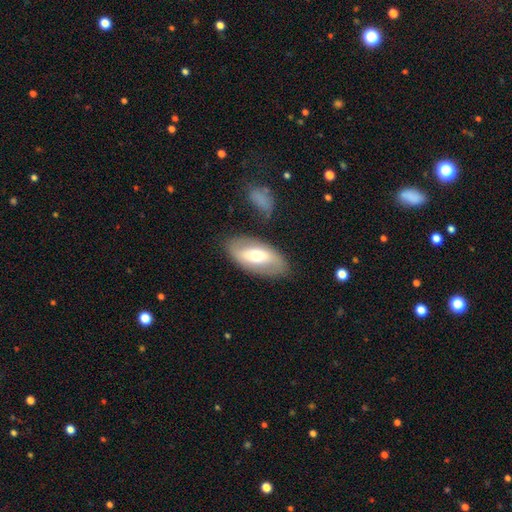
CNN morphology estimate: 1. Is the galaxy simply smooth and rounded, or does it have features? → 50% featured or disk, 44% smooth, 6% star or artifact.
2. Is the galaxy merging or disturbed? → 79% none, 13% minor disturbance, 4% major disturbance, 3% merger.